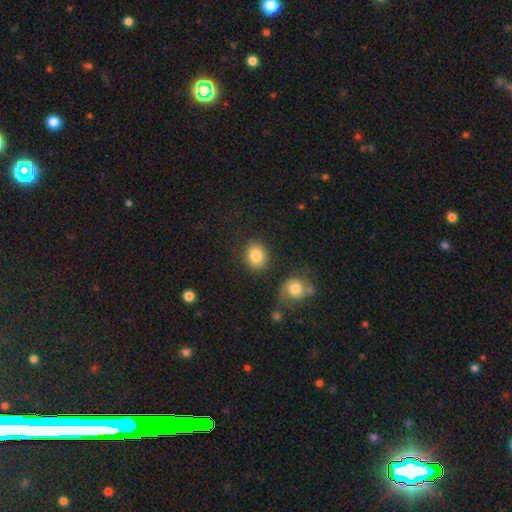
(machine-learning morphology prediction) This appears to be a smooth galaxy with no disk features (84%) that is round (56%). Merging: none (82%).